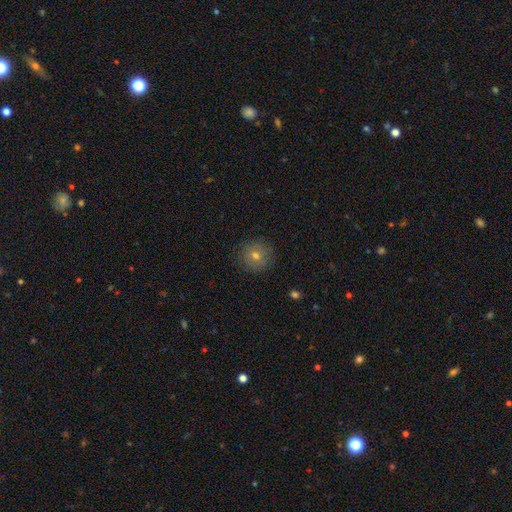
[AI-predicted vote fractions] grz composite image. It shows a smooth galaxy with no disk features (69%) that is round (94%). Merging: none (89%).